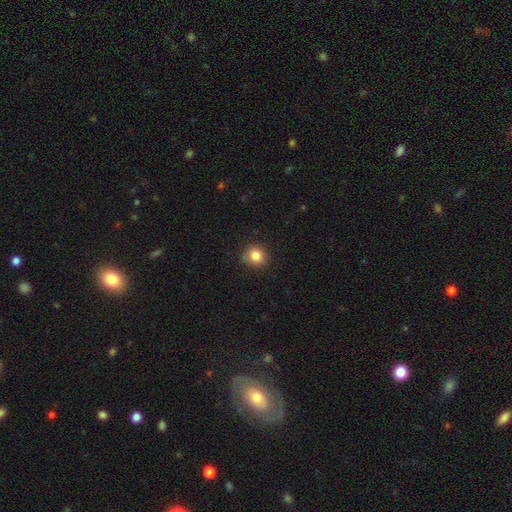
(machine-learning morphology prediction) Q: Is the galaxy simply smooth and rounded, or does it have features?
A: smooth — 84%.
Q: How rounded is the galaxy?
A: round — 86%.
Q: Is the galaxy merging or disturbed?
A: none — 81%.